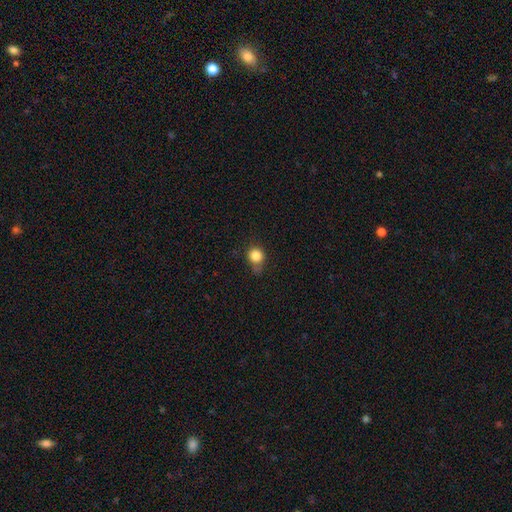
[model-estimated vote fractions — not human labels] smooth_or_featured: smooth (p=0.83) [alt: star or artifact p=0.11]
how_rounded: round (p=0.84) [alt: in between p=0.15]
merging: none (p=0.57) [alt: minor disturbance p=0.29]